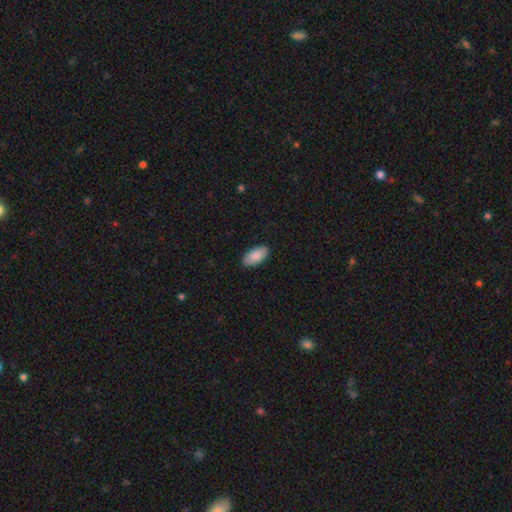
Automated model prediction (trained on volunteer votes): smooth 88%, star or artifact 6%, featured or disk 6%. Down the decision tree: how rounded — in between (95%); merging — none (89%).